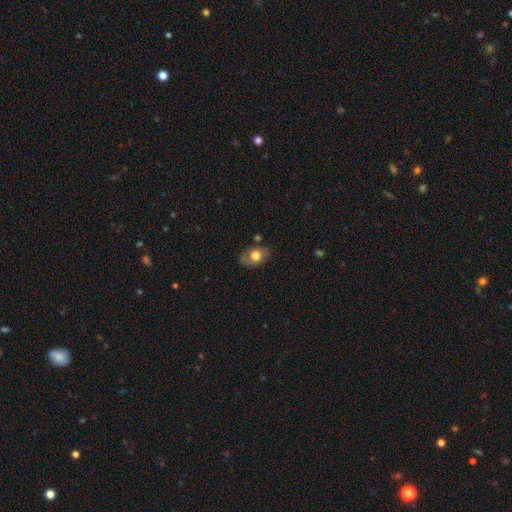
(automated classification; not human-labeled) smooth-or-featured: smooth: 71% | featured or disk: 20% | star or artifact: 8%
  how-rounded: in between: 76% | round: 22% | cigar-shaped: 1%
  merging: none: 72% | minor disturbance: 20% | major disturbance: 5% | merger: 3%